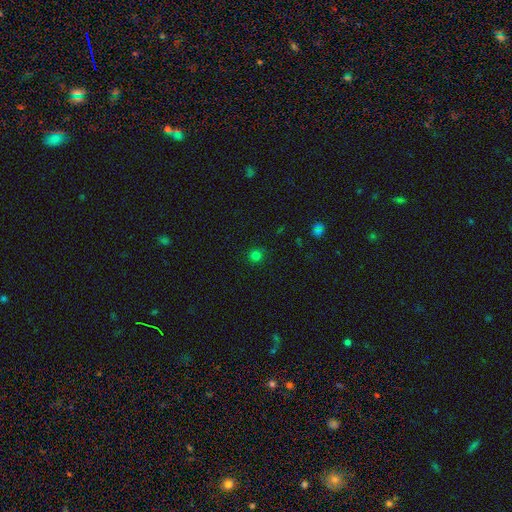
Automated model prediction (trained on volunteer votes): smooth 77%, star or artifact 19%, featured or disk 4%. Down the decision tree: how rounded — round (93%); merging — none (88%).